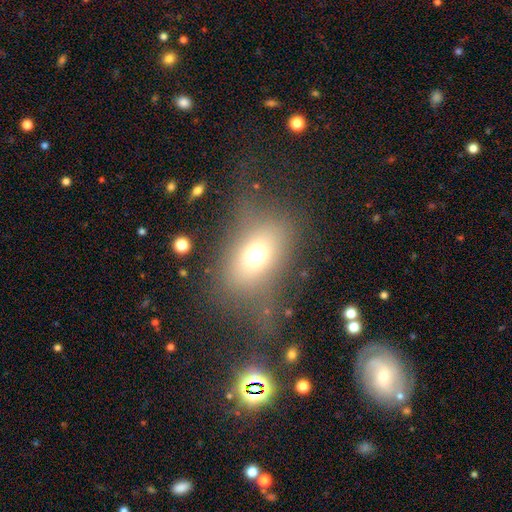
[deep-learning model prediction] Smooth or featured?
  - smooth: 66% *
  - featured or disk: 20%
  - star or artifact: 15%
How rounded?
  - in between: 70% *
  - round: 27%
  - cigar-shaped: 3%
Merging?
  - none: 51% *
  - major disturbance: 26%
  - minor disturbance: 19%
  - merger: 4%